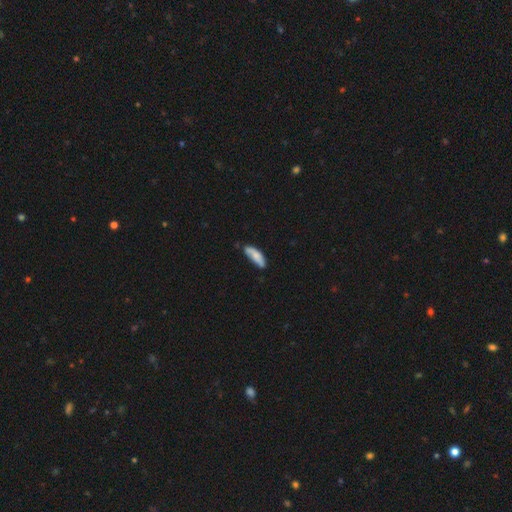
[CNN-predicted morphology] This appears to be a smooth galaxy with no disk features (75%) that is in between round and cigar-shaped (59%). Merging: none (64%).